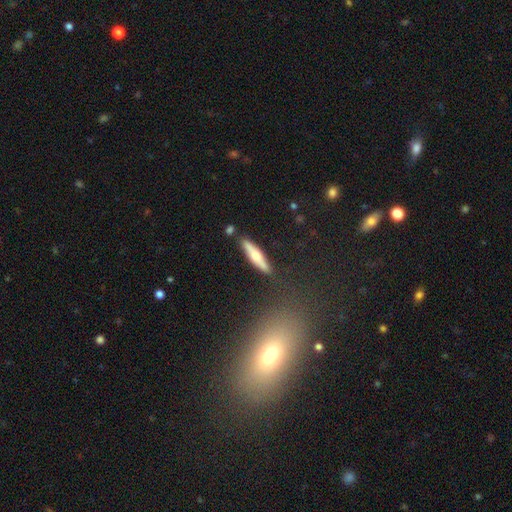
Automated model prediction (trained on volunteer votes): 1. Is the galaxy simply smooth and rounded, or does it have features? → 54% smooth, 40% featured or disk, 6% star or artifact.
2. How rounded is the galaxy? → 82% cigar-shaped, 16% in between, 2% round.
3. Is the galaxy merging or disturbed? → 83% none, 10% minor disturbance, 4% merger, 2% major disturbance.